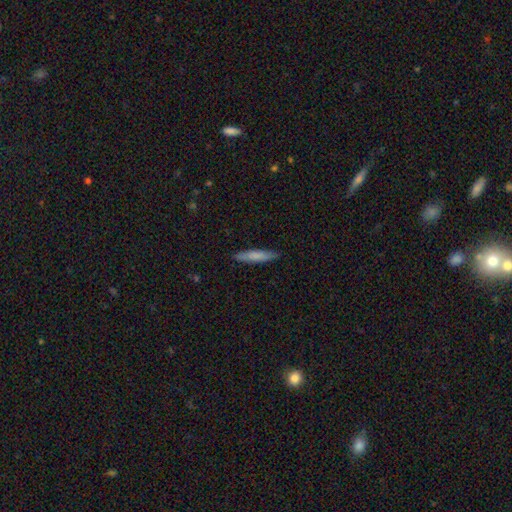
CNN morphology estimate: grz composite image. It shows a smooth galaxy with no disk features (74%) that is cigar-shaped (90%). Merging: none (88%).